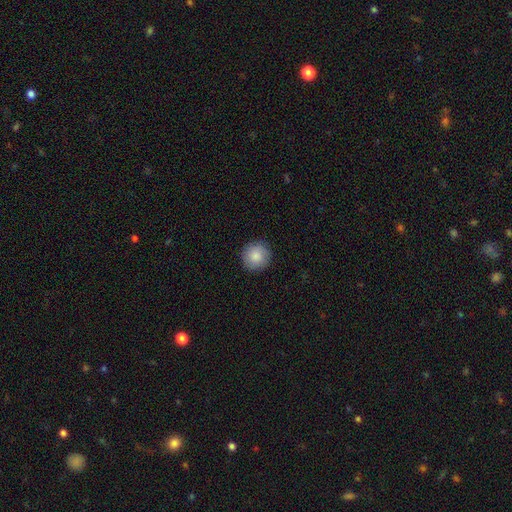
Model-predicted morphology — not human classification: Q: Smooth or featured?
A: smooth (86%); runner-up: featured or disk (7%)
Q: How rounded?
A: round (94%); runner-up: in between (5%)
Q: Merging?
A: none (89%); runner-up: minor disturbance (8%)